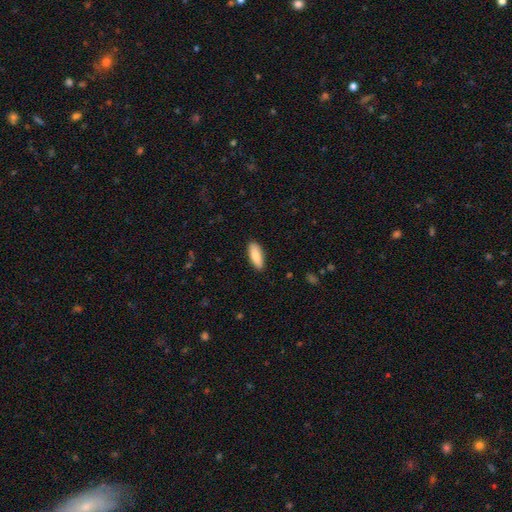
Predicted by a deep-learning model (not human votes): This is clearly a smooth galaxy (85%). How rounded: likely in between (67%). Merging: clearly none (88%).